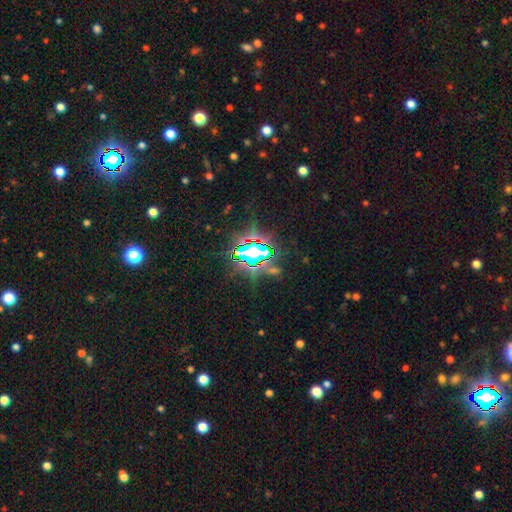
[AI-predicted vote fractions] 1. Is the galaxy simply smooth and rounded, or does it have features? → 77% star or artifact, 12% smooth, 11% featured or disk.